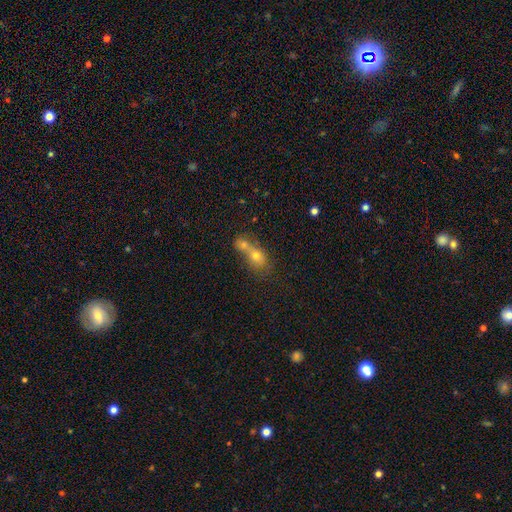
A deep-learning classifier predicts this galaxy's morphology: A smooth galaxy with no disk features (65%) that is in between round and cigar-shaped (51%). Merging: merger (68%).